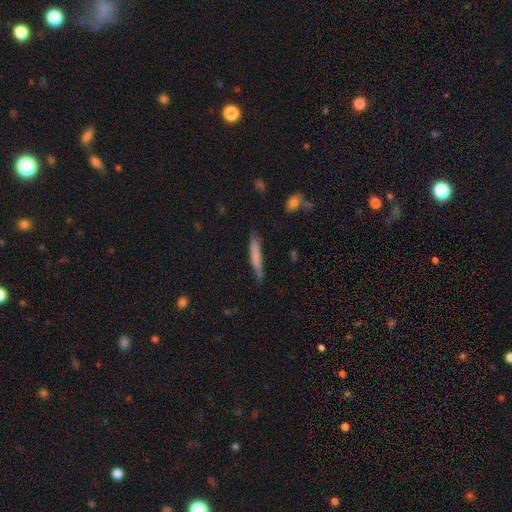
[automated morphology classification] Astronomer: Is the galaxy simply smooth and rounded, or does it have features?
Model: smooth — 71%.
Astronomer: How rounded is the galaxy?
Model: cigar-shaped — 94%.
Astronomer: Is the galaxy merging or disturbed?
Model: none — 79%.